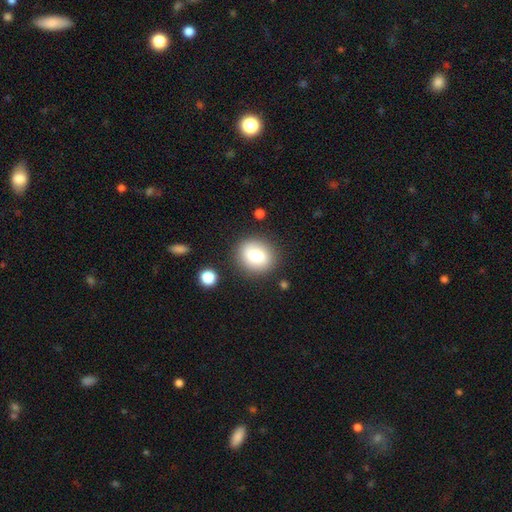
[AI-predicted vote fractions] A smooth galaxy with no disk features (76%) that is round (66%). Merging: none (84%).